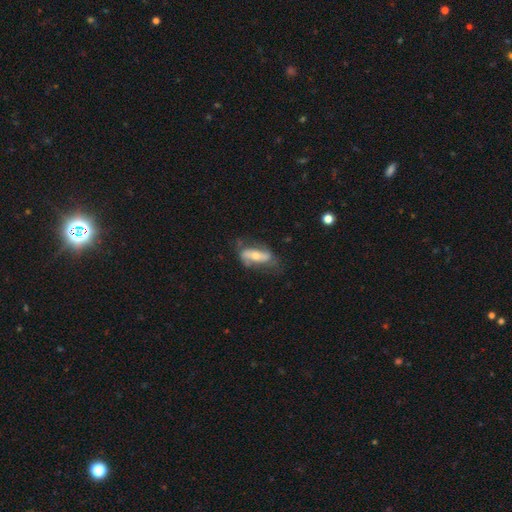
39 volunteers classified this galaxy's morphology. type=featured or disk (69%); edge-on=no (70%); bar=no (53%); spiral arms=yes (68%); winding=medium (62%); arm count=2 (77%); bulge=moderate (47%, tied with small); merging=none (58%).